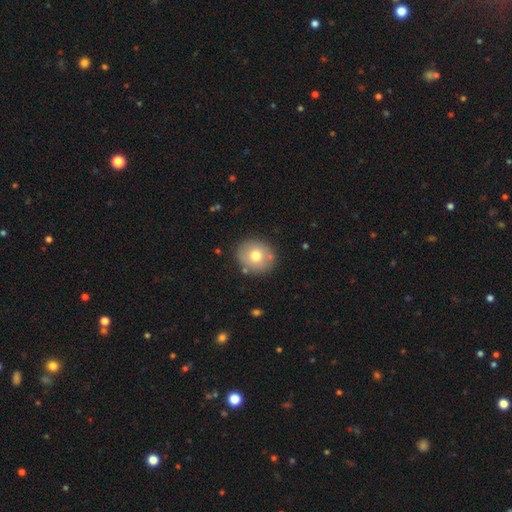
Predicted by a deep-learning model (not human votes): The model was most divided on "smooth or featured": smooth: 71%, featured or disk: 20%, star or artifact: 9%. More confident: merging — none (84%); how rounded — round (82%).